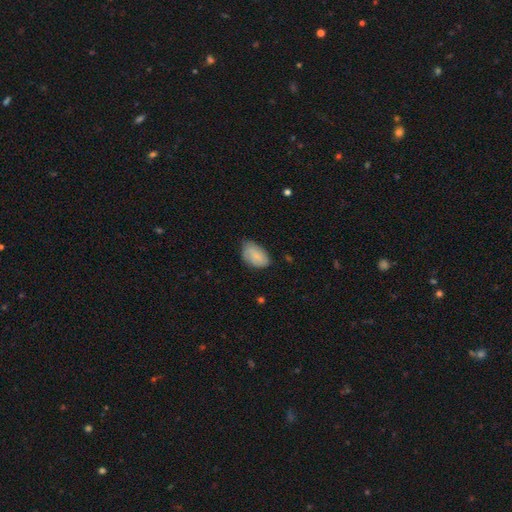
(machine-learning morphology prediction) A smooth galaxy with no disk features (80%) that is in between round and cigar-shaped (92%).

Vote fractions:
- Smooth or featured? smooth: 80% / featured or disk: 14% / star or artifact: 6%
- How rounded? in between: 92% / round: 6% / cigar-shaped: 1%
- Merging? none: 63% / minor disturbance: 31% / major disturbance: 5% / merger: 1%